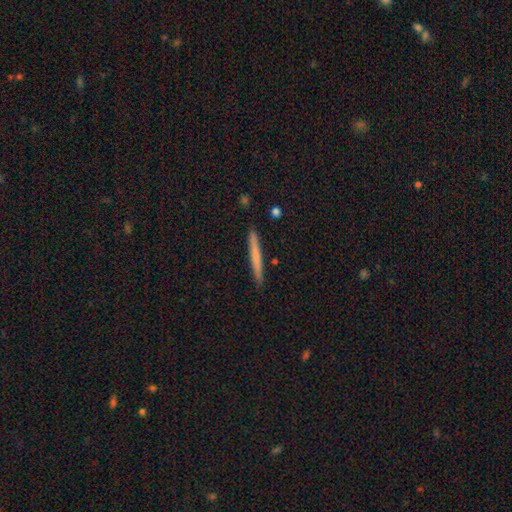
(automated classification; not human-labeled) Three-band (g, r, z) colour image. It shows a smooth galaxy with no disk features (65%) that is cigar-shaped (97%). Merging: none (91%).